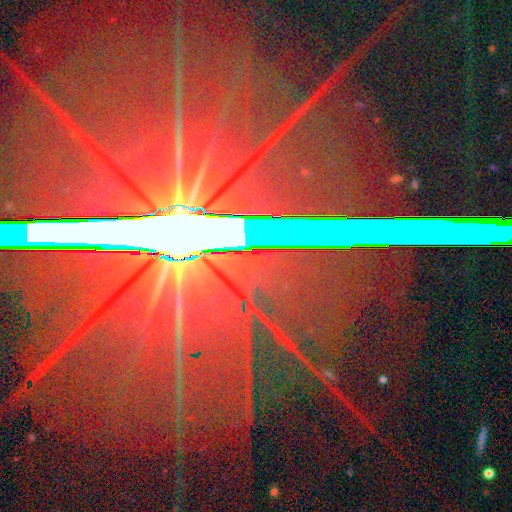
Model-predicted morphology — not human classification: The model was most divided on "smooth or featured": star or artifact: 83%, featured or disk: 13%, smooth: 5%.